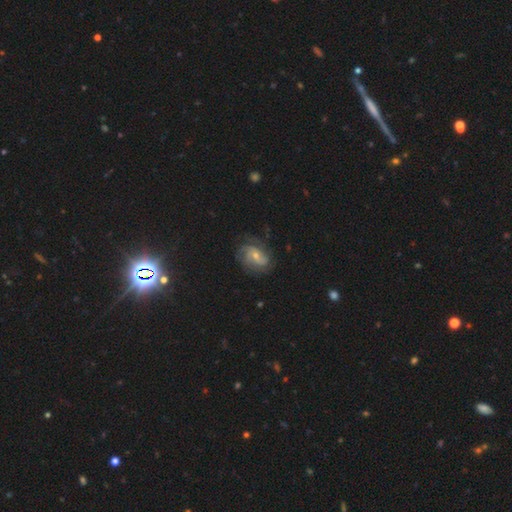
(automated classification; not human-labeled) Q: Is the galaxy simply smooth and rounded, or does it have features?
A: featured or disk — 69%.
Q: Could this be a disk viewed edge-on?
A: no — 96%.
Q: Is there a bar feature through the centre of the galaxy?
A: no — 53%.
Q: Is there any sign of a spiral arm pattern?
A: yes — 92%.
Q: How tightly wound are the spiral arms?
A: tight — 42%.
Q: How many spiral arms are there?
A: can't tell — 33%.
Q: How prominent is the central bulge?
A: small — 58%.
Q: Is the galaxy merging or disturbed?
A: none — 71%.